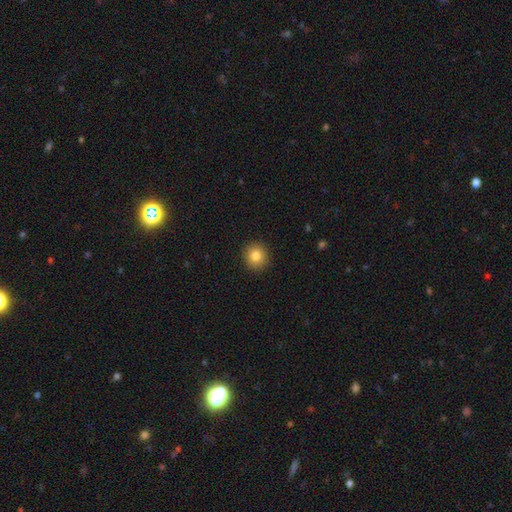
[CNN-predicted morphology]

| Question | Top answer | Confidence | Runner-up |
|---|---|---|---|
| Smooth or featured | smooth | 82% | star or artifact (10%) |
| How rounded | round | 92% | in between (7%) |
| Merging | none | 92% | minor disturbance (5%) |